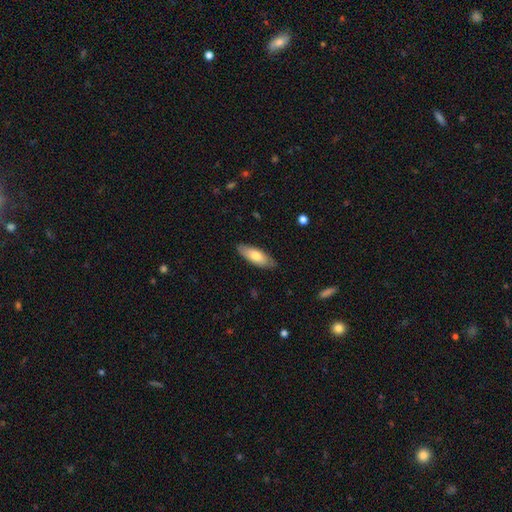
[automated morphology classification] smooth 70%, featured or disk 25%, star or artifact 5%. Down the decision tree: how rounded — in between (72%); merging — none (84%).